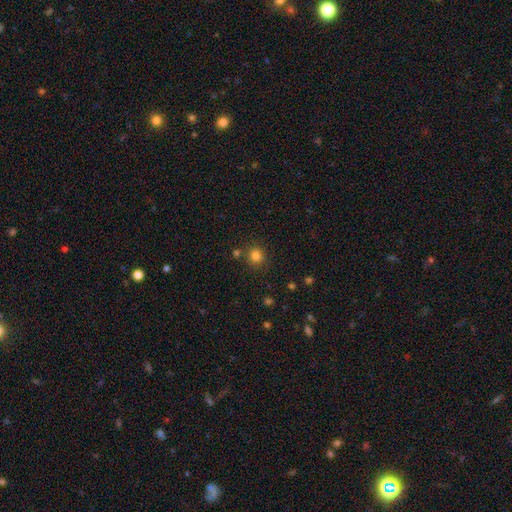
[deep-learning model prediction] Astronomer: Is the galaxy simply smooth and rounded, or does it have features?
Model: smooth — 80%.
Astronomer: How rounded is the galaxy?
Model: round — 91%.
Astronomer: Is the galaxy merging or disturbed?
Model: none — 82%.